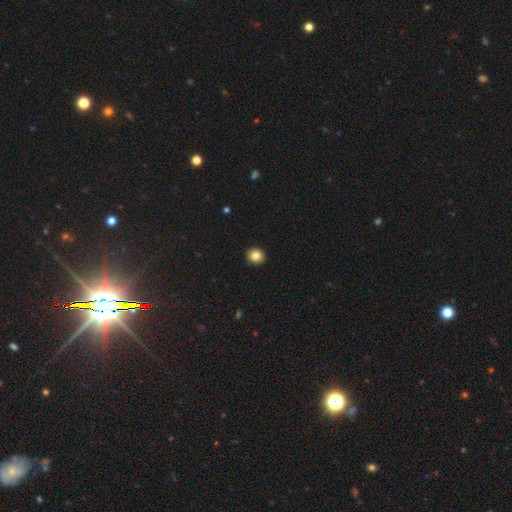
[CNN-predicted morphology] The model was most divided on "smooth or featured": smooth: 83%, star or artifact: 10%, featured or disk: 7%. More confident: merging — none (93%); how rounded — round (87%).